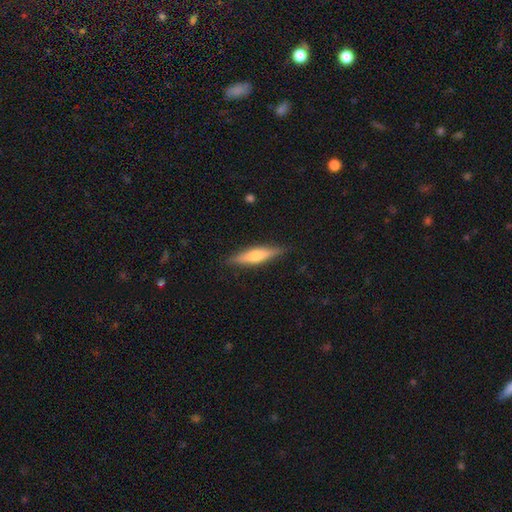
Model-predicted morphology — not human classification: smooth_or_featured: featured or disk (p=0.48) [alt: smooth p=0.46]
merging: none (p=0.88) [alt: minor disturbance p=0.09]